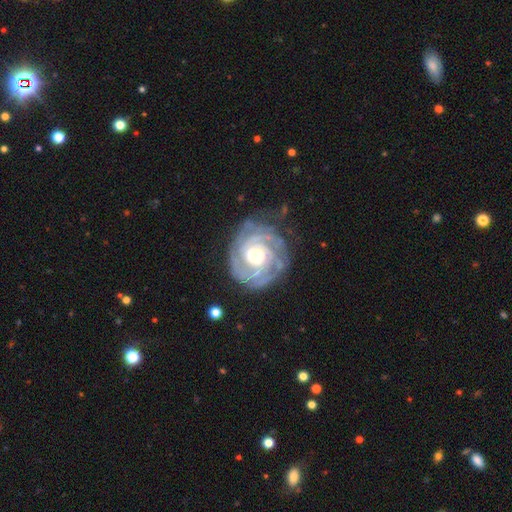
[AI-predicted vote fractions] smooth-or-featured: featured or disk: 90% | smooth: 6% | star or artifact: 5%
  disk-edge-on: no: 98% | yes: 2%
    bar: no: 73% | weak: 20% | strong: 7%
    has-spiral-arms: yes: 97% | no: 3%
      spiral-winding: tight: 78% | medium: 19% | loose: 3%
      spiral-arm-count: 3: 26% | can't tell: 24% | 2: 23% | 4: 12% | more than 4: 8% | 1: 7%
    bulge-size: moderate: 63% | large: 20% | small: 14% | dominant: 2% | none: 1%
  merging: none: 73% | minor disturbance: 18% | major disturbance: 7% | merger: 1%